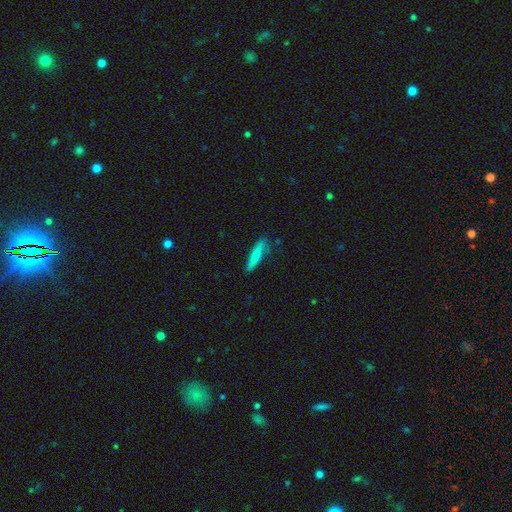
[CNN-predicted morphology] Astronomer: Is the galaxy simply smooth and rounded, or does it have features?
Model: smooth — 78%.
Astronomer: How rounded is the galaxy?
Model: cigar-shaped — 88%.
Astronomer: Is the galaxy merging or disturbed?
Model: none — 77%.